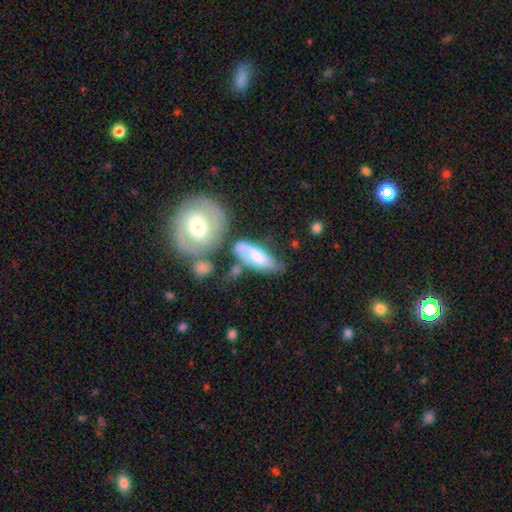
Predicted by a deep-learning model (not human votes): Overall: smooth (53%; featured or disk 40%). How rounded: in between (73%). Merging: none (40%; merger 25%).